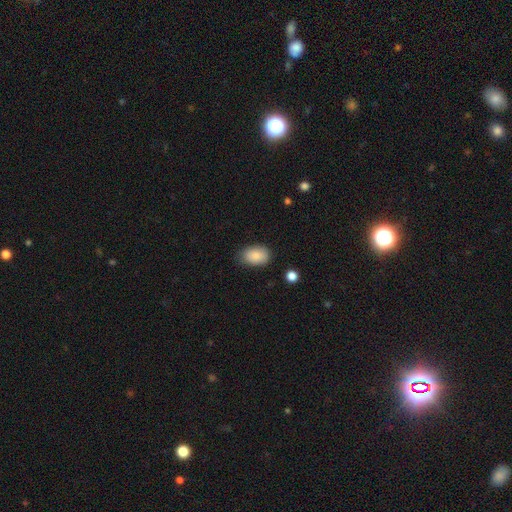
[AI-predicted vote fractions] smooth 88%, star or artifact 7%, featured or disk 5%. Down the decision tree: how rounded — in between (88%); merging — none (77%).